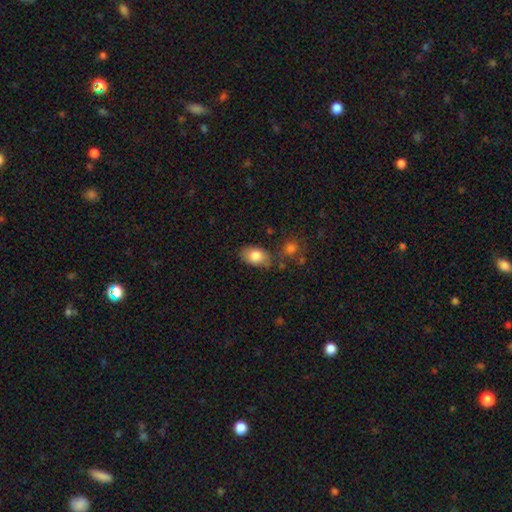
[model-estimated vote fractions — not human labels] Smooth or featured? smooth (82%)
How rounded? in between (86%)
Merging? none (72%)